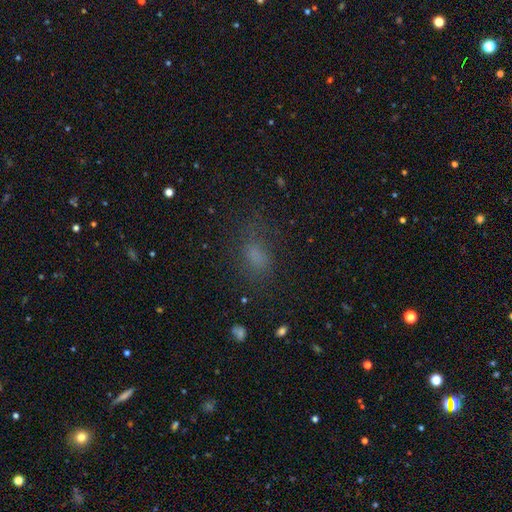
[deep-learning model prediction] Smooth or featured?
  - smooth: 68% *
  - star or artifact: 21%
  - featured or disk: 11%
How rounded?
  - in between: 73% *
  - round: 21%
  - cigar-shaped: 5%
Merging?
  - none: 66% *
  - minor disturbance: 18%
  - major disturbance: 14%
  - merger: 2%